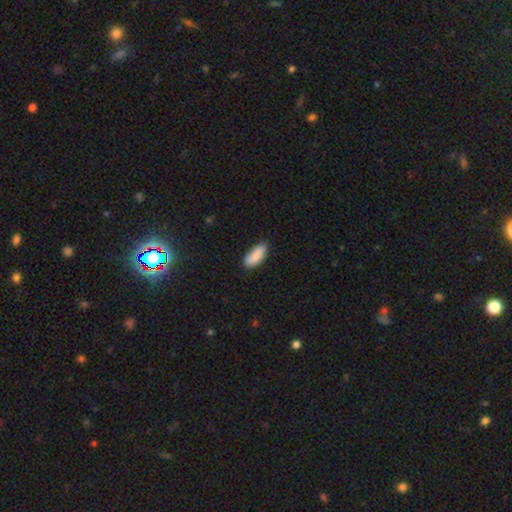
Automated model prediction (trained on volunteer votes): smooth-or-featured: smooth: 87% | featured or disk: 7% | star or artifact: 6%
  how-rounded: in between: 83% | cigar-shaped: 15% | round: 2%
  merging: none: 79% | minor disturbance: 17% | major disturbance: 3% | merger: 1%